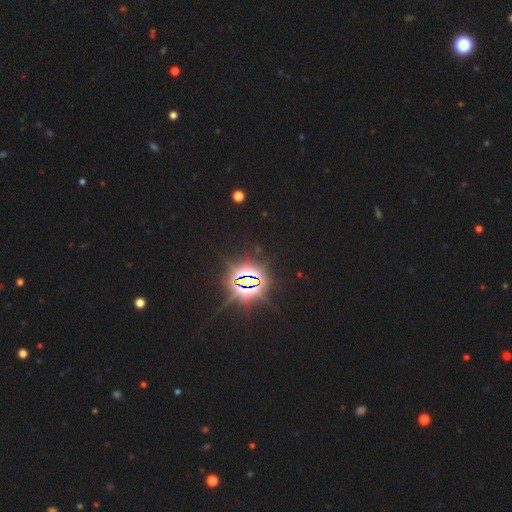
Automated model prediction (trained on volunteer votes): The model was most divided on "smooth or featured": star or artifact: 86%, smooth: 8%, featured or disk: 6%.